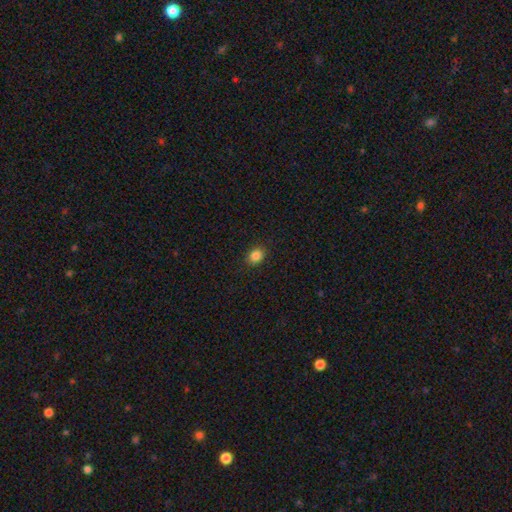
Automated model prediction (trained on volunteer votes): Smooth or featured? Predicted: smooth (p=0.85). How rounded? Predicted: round (p=0.53). Merging? Predicted: none (p=0.90).